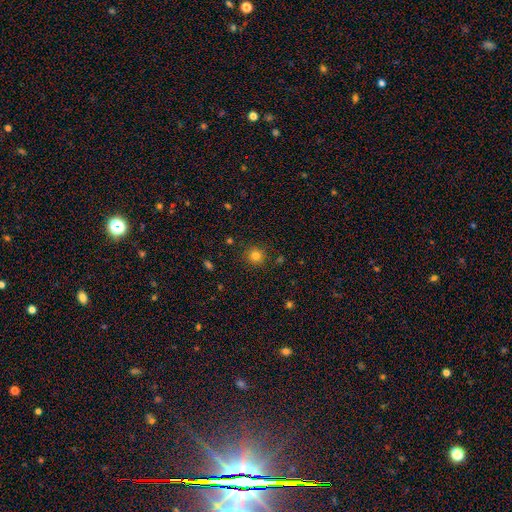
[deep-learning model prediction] Smooth or featured? Predicted: smooth (p=0.80). How rounded? Predicted: round (p=0.93). Merging? Predicted: none (p=0.89).